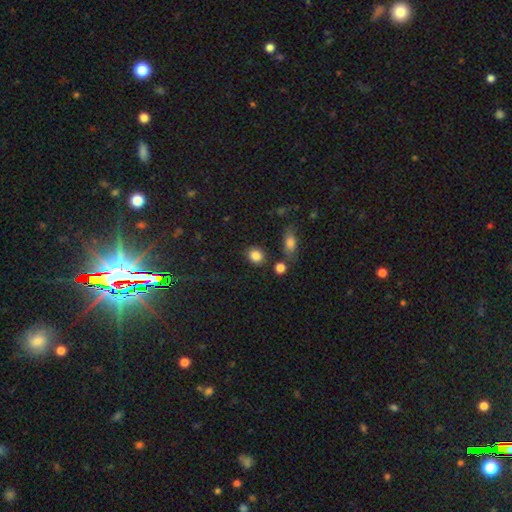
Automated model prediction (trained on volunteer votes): Overall: smooth (85%). How rounded: round (62%; in between 36%). Merging: none (81%).